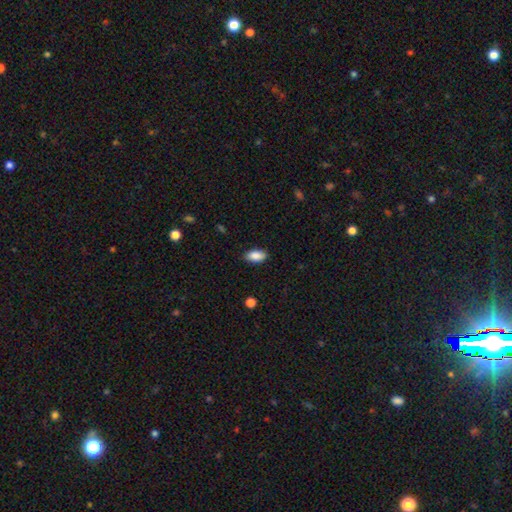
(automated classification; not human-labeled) smooth_or_featured: smooth (p=0.88) [alt: star or artifact p=0.07]
how_rounded: in between (p=0.92) [alt: cigar-shaped p=0.05]
merging: none (p=0.86) [alt: minor disturbance p=0.11]